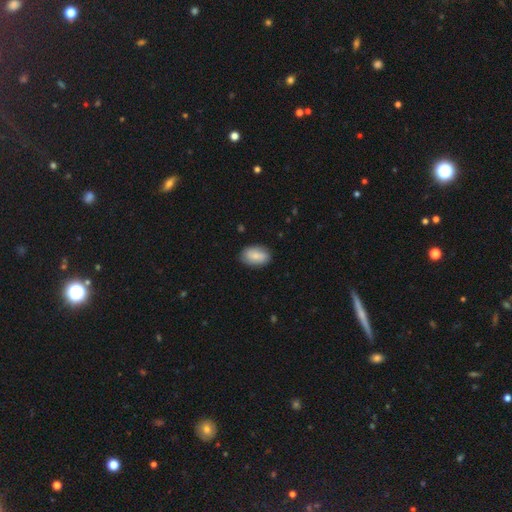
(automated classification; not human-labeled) Overall: smooth (78%). How rounded: in between (90%). Merging: none (85%).